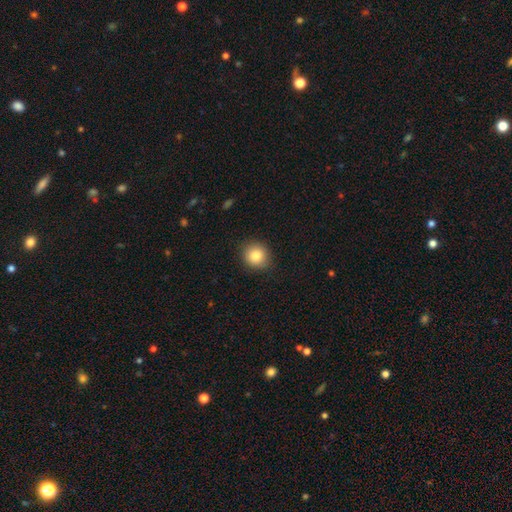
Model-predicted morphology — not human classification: This appears to be a smooth galaxy with no disk features (85%) that is round (86%). Merging: none (88%).